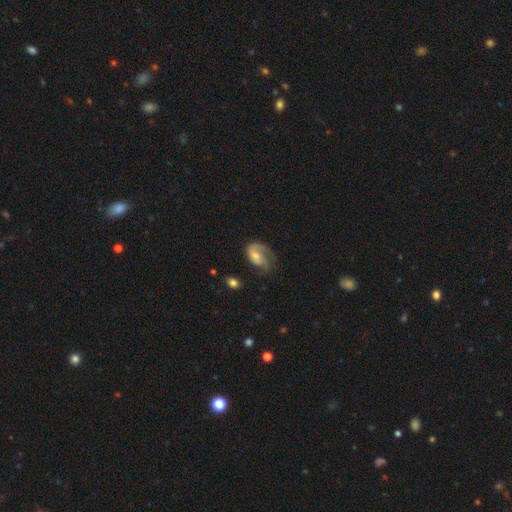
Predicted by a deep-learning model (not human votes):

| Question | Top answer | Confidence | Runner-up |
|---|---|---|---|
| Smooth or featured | featured or disk | 61% | smooth (32%) |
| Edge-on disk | no | 97% | yes (3%) |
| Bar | no | 60% | weak (32%) |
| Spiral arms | yes | 86% | no (14%) |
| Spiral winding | medium | 40% | loose (34%) |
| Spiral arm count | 1 | 55% | 2 (30%) |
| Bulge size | small | 45% | moderate (44%) |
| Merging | none | 41% | major disturbance (30%) |